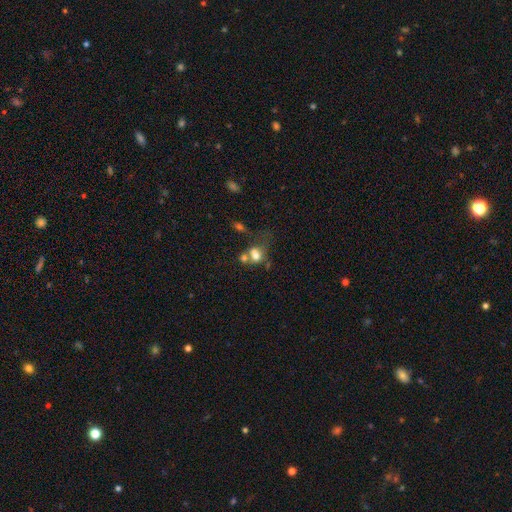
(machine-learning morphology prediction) Smooth or featured?
  - smooth: 70% *
  - featured or disk: 18%
  - star or artifact: 12%
How rounded?
  - in between: 57% *
  - round: 41%
  - cigar-shaped: 2%
Merging?
  - merger: 47% *
  - none: 25%
  - major disturbance: 15%
  - minor disturbance: 14%